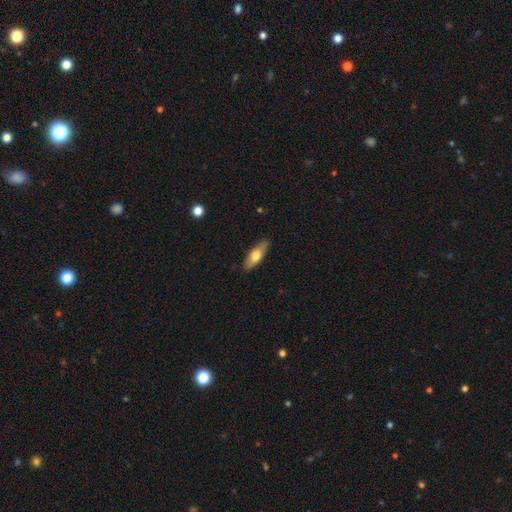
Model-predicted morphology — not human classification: This appears to be a smooth galaxy with no disk features (61%) that is in between round and cigar-shaped (57%). Merging: none (87%).